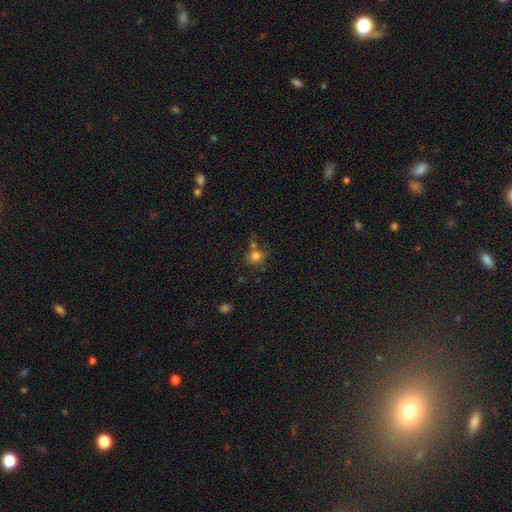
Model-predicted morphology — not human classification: smooth-or-featured: smooth: 77% | star or artifact: 13% | featured or disk: 10%
  how-rounded: round: 77% | in between: 22% | cigar-shaped: 1%
  merging: none: 56% | merger: 22% | minor disturbance: 16% | major disturbance: 6%